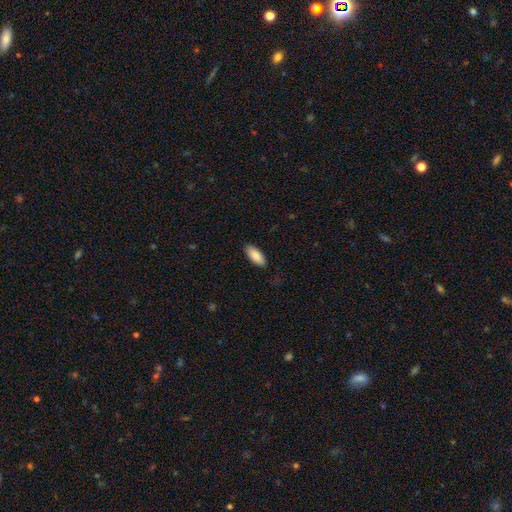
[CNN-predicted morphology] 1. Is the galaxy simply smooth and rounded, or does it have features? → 88% smooth, 7% featured or disk, 6% star or artifact.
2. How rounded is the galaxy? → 81% in between, 17% cigar-shaped, 2% round.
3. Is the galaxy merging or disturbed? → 87% none, 10% minor disturbance, 2% major disturbance, 1% merger.